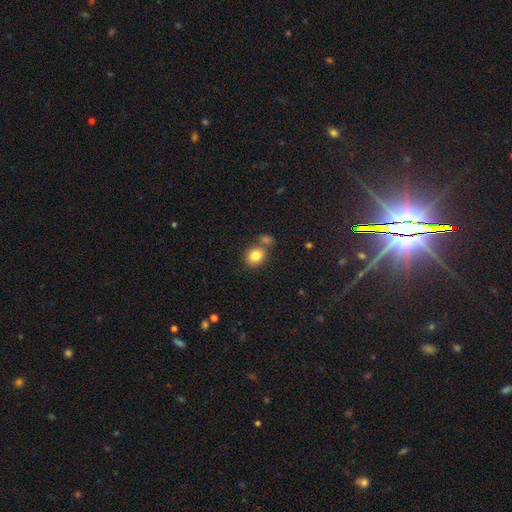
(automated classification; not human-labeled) smooth-or-featured: smooth: 83% | star or artifact: 10% | featured or disk: 8%
  how-rounded: round: 63% | in between: 36% | cigar-shaped: 1%
  merging: none: 62% | merger: 24% | minor disturbance: 11% | major disturbance: 3%